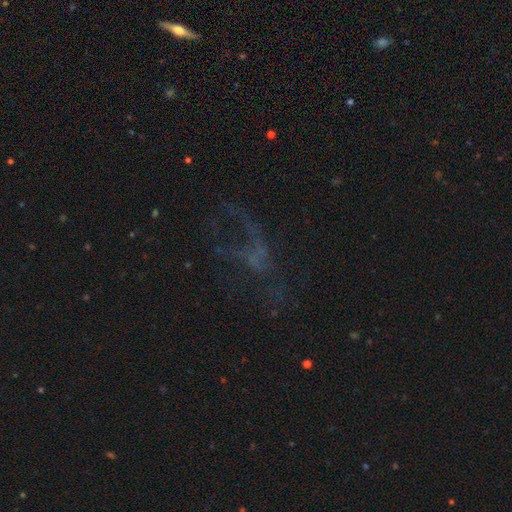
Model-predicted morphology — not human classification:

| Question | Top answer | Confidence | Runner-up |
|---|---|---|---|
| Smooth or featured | featured or disk | 46% | star or artifact (34%) |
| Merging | none | 42% | major disturbance (41%) |